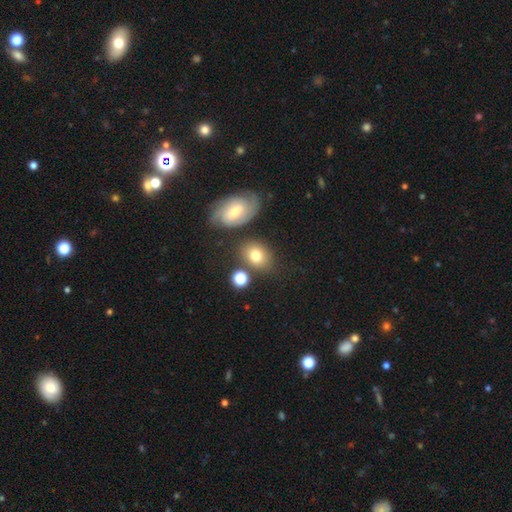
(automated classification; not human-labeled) Overall: smooth (72%). How rounded: in between (59%; round 40%). Merging: none (67%).